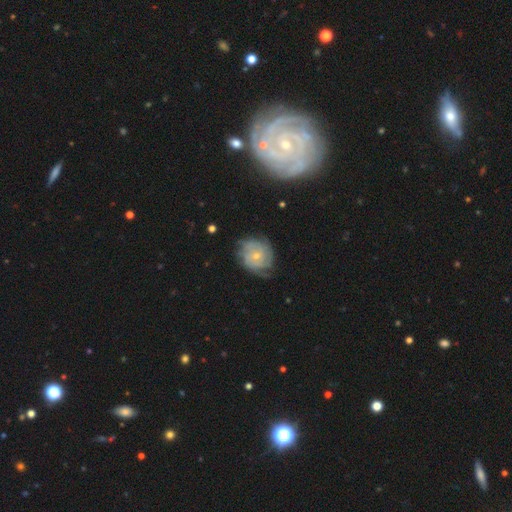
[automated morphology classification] This appears to be a featured or disk galaxy (73%) with no bar (77%), tight (65%) spiral arms (89%) and a small central bulge (68%). Merging: none (65%).